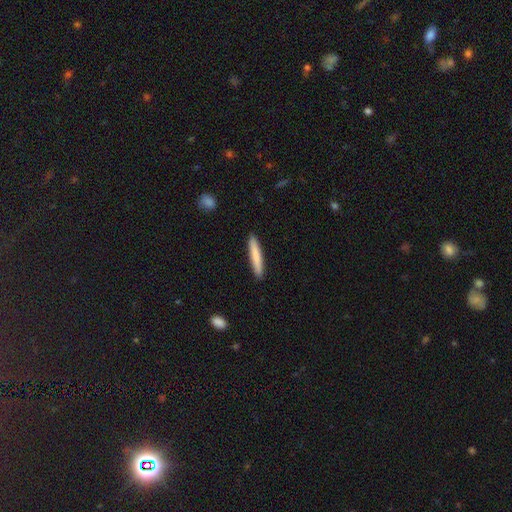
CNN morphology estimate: Q: Smooth or featured?
A: smooth (79%); runner-up: featured or disk (16%)
Q: How rounded?
A: cigar-shaped (95%); runner-up: in between (4%)
Q: Merging?
A: none (92%); runner-up: minor disturbance (6%)